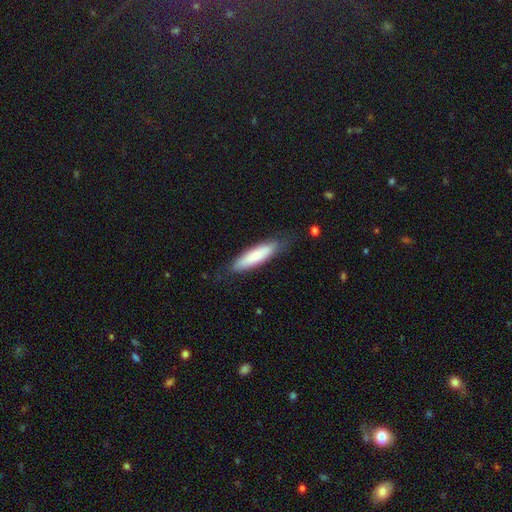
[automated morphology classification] Smooth or featured: smooth — 80% (featured or disk — 14%)
How rounded: cigar-shaped — 70% (in between — 29%)
Merging: none — 79% (minor disturbance — 16%)